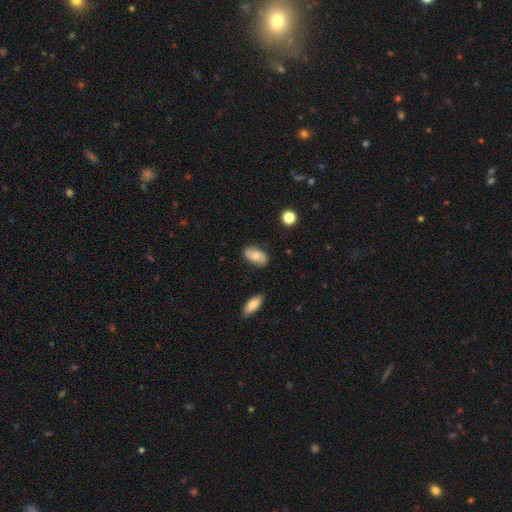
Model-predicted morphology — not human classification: Smooth or featured? Predicted: smooth (p=0.64). How rounded? Predicted: in between (p=0.92). Merging? Predicted: none (p=0.81).